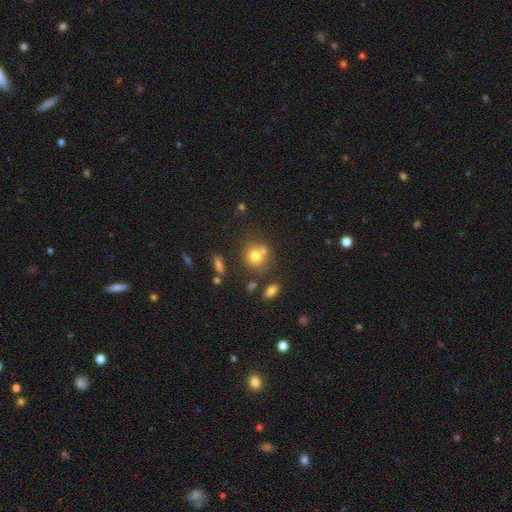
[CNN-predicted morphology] smooth-or-featured: smooth: 74% | featured or disk: 14% | star or artifact: 13%
  how-rounded: round: 80% | in between: 19% | cigar-shaped: 1%
  merging: none: 53% | merger: 29% | minor disturbance: 13% | major disturbance: 5%